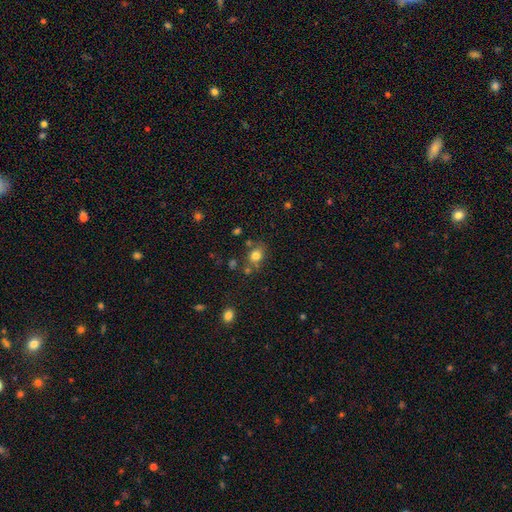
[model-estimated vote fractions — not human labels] Smooth or featured? Predicted: smooth (p=0.78). How rounded? Predicted: round (p=0.54). Merging? Predicted: none (p=0.67).